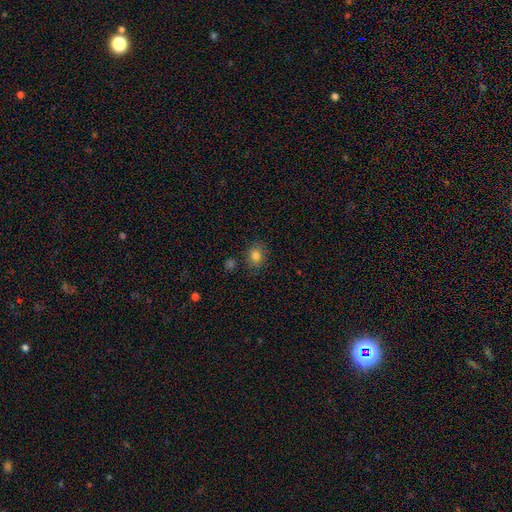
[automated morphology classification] This is clearly a smooth galaxy (81%). How rounded: likely round (61%). Merging: clearly none (81%).